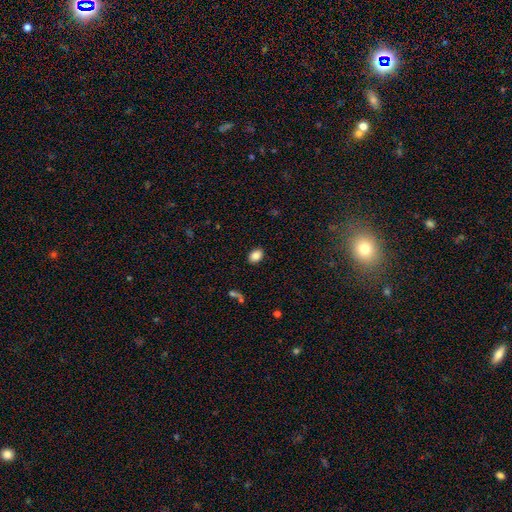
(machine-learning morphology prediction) Smooth or featured?
  - smooth: 85% *
  - star or artifact: 9%
  - featured or disk: 6%
How rounded?
  - in between: 79% *
  - round: 20%
  - cigar-shaped: 1%
Merging?
  - none: 88% *
  - minor disturbance: 8%
  - major disturbance: 2%
  - merger: 1%